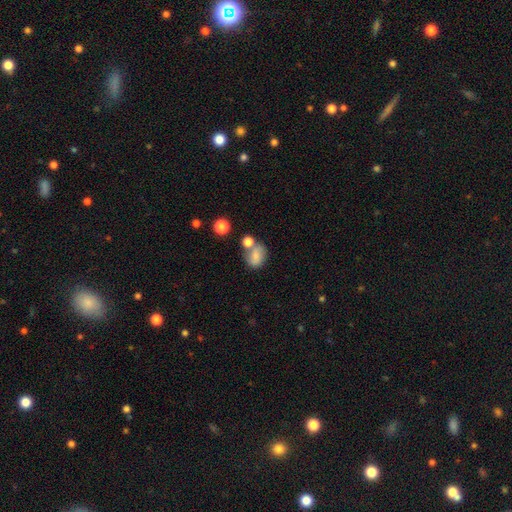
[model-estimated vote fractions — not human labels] Smooth or featured? smooth (68%)
How rounded? in between (53%)
Merging? none (49%)